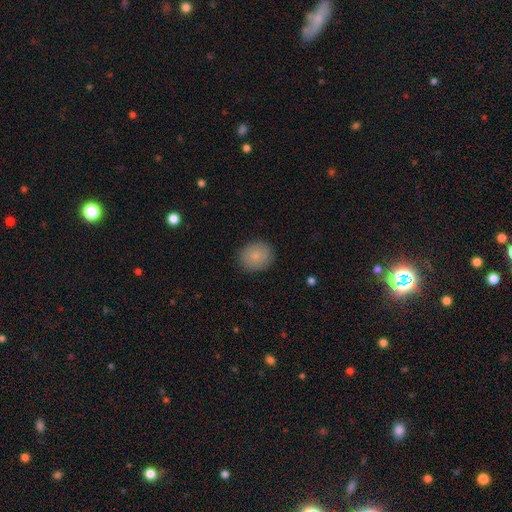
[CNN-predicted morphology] Q: Smooth or featured?
A: smooth (81%); runner-up: featured or disk (11%)
Q: How rounded?
A: round (74%); runner-up: in between (25%)
Q: Merging?
A: none (86%); runner-up: minor disturbance (11%)